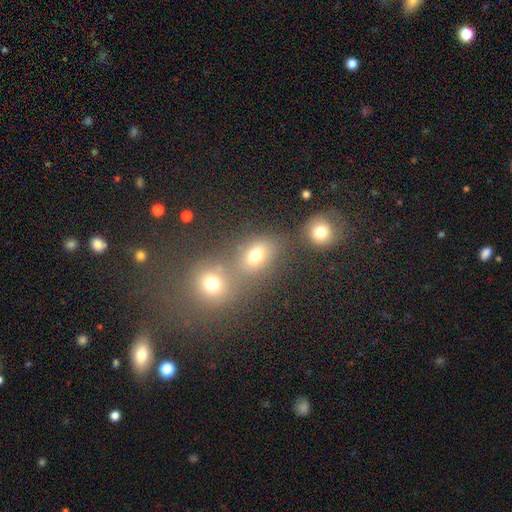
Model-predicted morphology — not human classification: smooth-or-featured: smooth: 72% | star or artifact: 17% | featured or disk: 11%
  how-rounded: round: 52% | in between: 46% | cigar-shaped: 2%
  merging: none: 49% | merger: 38% | minor disturbance: 9% | major disturbance: 5%